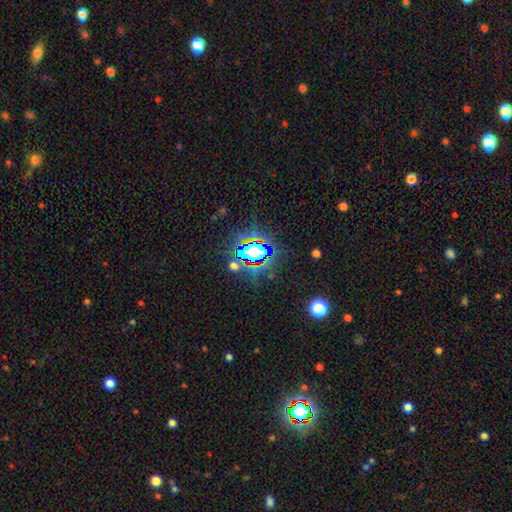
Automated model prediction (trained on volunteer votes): Smooth or featured: star or artifact — 64% (smooth — 23%)